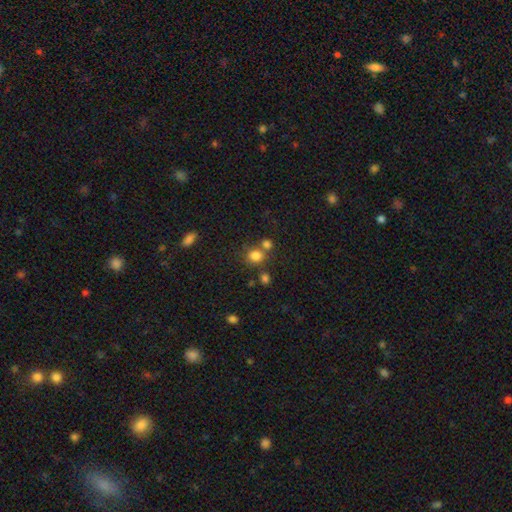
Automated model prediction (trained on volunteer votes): Smooth or featured? Predicted: smooth (p=0.80). How rounded? Predicted: round (p=0.73). Merging? Predicted: none (p=0.58).